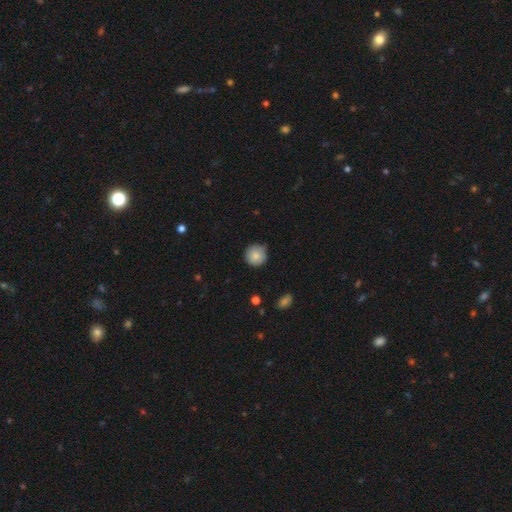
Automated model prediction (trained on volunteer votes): A smooth galaxy with no disk features (84%) that is round (95%).

Vote fractions:
- Smooth or featured? smooth: 84% / featured or disk: 8% / star or artifact: 8%
- How rounded? round: 95% / in between: 5% / cigar-shaped: 1%
- Merging? none: 80% / minor disturbance: 17% / major disturbance: 2% / merger: 1%